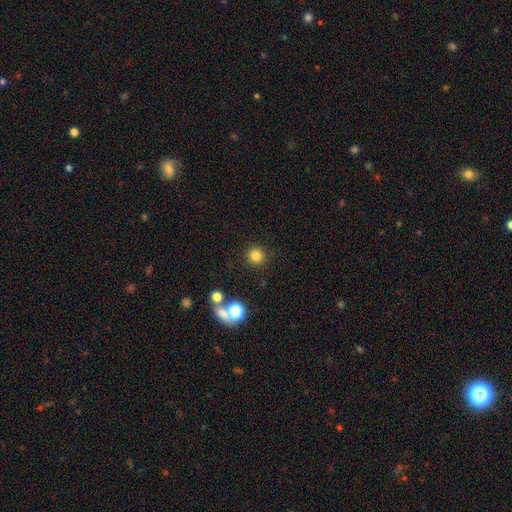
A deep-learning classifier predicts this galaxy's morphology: This is clearly a smooth galaxy (80%). How rounded: clearly round (94%). Merging: clearly none (88%).